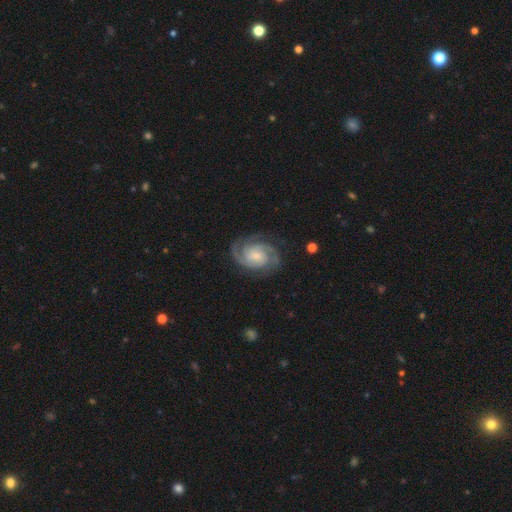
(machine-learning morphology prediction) This appears to be a featured or disk galaxy (90%) with no bar (58%), 2 (53%) tight (58%) spiral arms (98%) and a small central bulge (50%). Merging: none (79%).